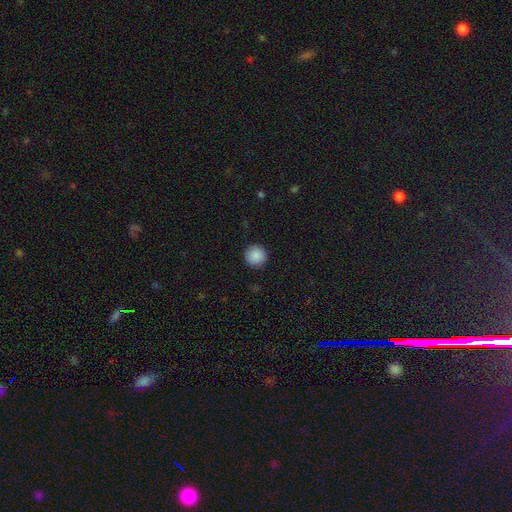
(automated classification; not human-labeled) Smooth or featured? smooth (89%)
How rounded? round (96%)
Merging? none (92%)